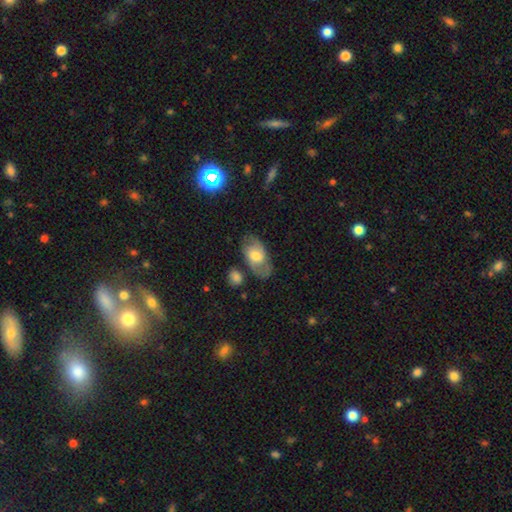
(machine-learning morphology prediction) Smooth or featured?
  - smooth: 48% *
  - featured or disk: 45%
  - star or artifact: 7%
Merging?
  - none: 69% *
  - minor disturbance: 18%
  - major disturbance: 7%
  - merger: 6%